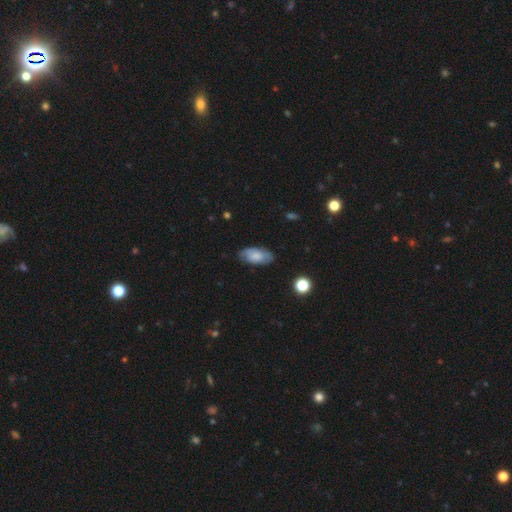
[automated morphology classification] smooth 64%, featured or disk 29%, star or artifact 7%. Down the decision tree: how rounded — in between (92%); merging — none (77%).